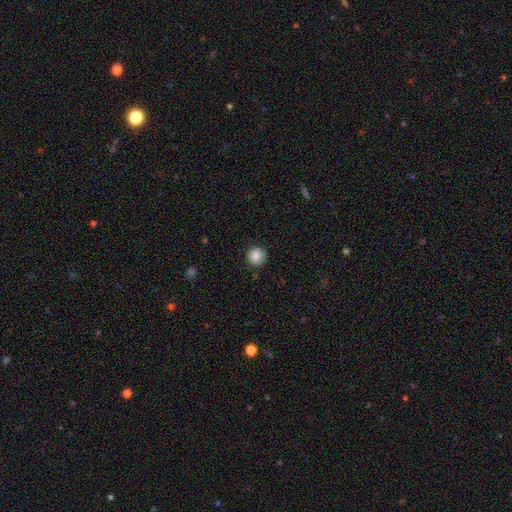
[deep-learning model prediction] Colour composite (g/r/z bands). It shows a smooth galaxy with no disk features (86%) that is round (94%). Merging: none (84%).